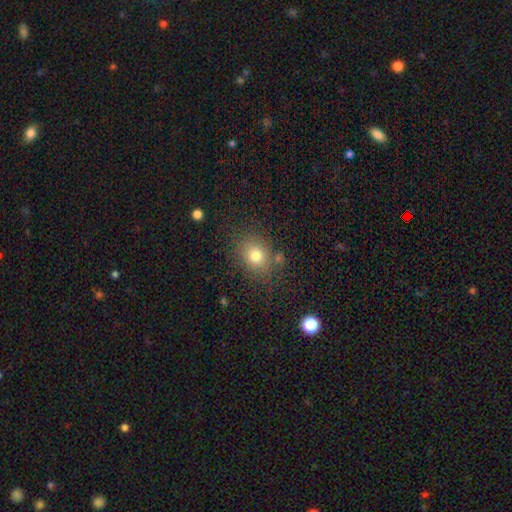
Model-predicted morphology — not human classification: Smooth or featured? Predicted: smooth (p=0.76). How rounded? Predicted: round (p=0.58). Merging? Predicted: none (p=0.76).